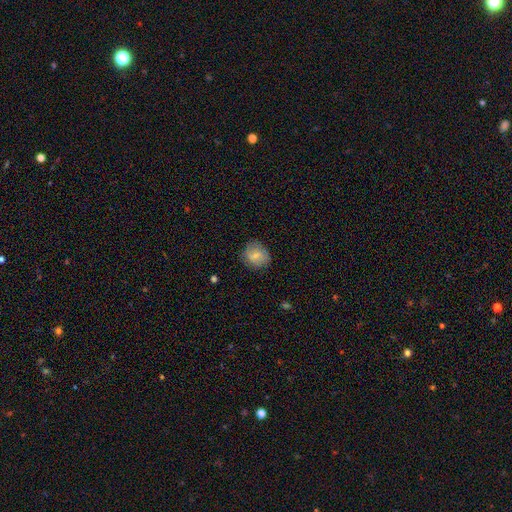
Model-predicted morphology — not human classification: smooth 70%, featured or disk 22%, star or artifact 8%. Down the decision tree: how rounded — round (70%); merging — none (76%).